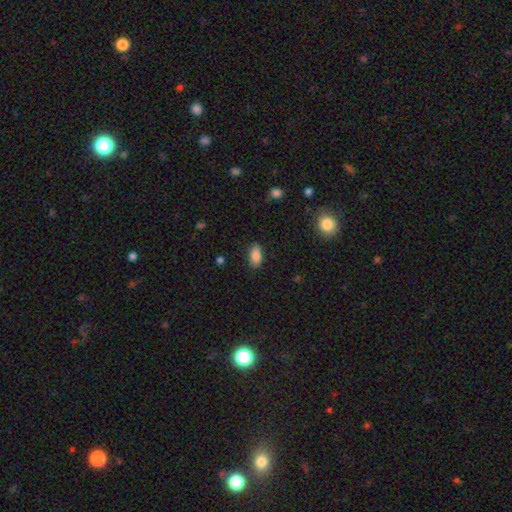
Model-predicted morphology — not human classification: smooth_or_featured: smooth (p=0.85) [alt: star or artifact p=0.08]
how_rounded: in between (p=0.90) [alt: cigar-shaped p=0.06]
merging: none (p=0.85) [alt: minor disturbance p=0.11]